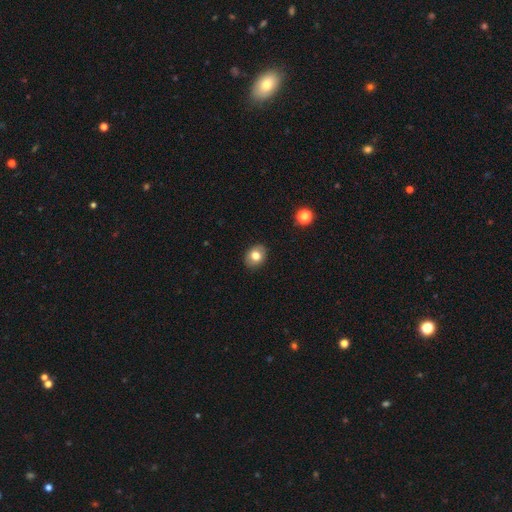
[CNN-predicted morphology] type=smooth (78%); roundness=in between (56%); merging=none (88%).